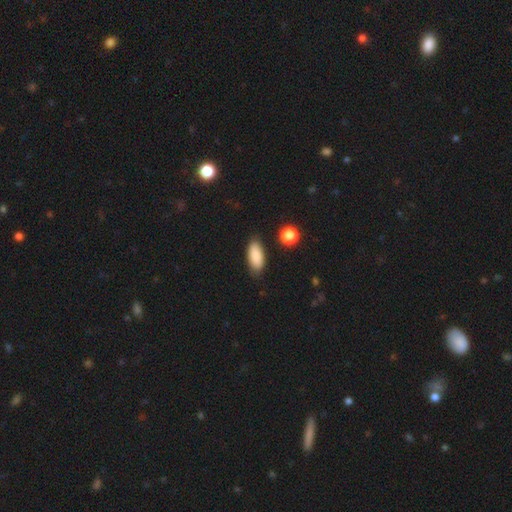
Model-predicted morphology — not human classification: This is clearly a smooth galaxy (88%). How rounded: clearly in between (85%). Merging: clearly none (83%).